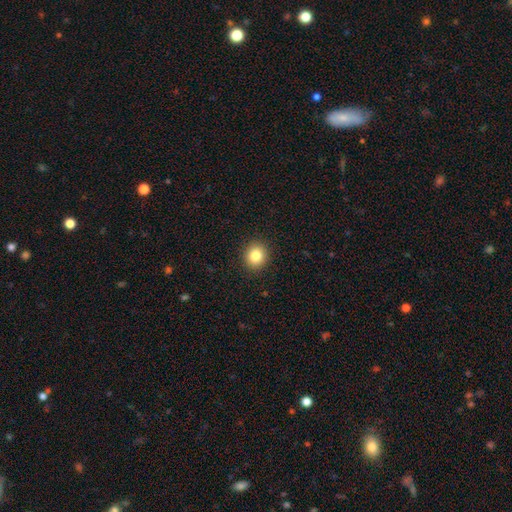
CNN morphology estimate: Smooth or featured? Predicted: smooth (p=0.84). How rounded? Predicted: round (p=0.82). Merging? Predicted: none (p=0.92).